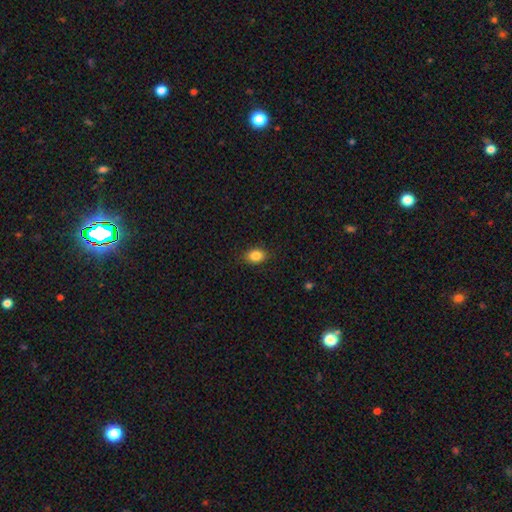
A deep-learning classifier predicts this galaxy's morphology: smooth_or_featured: smooth (p=0.86) [alt: star or artifact p=0.09]
how_rounded: in between (p=0.73) [alt: round p=0.25]
merging: none (p=0.87) [alt: minor disturbance p=0.10]